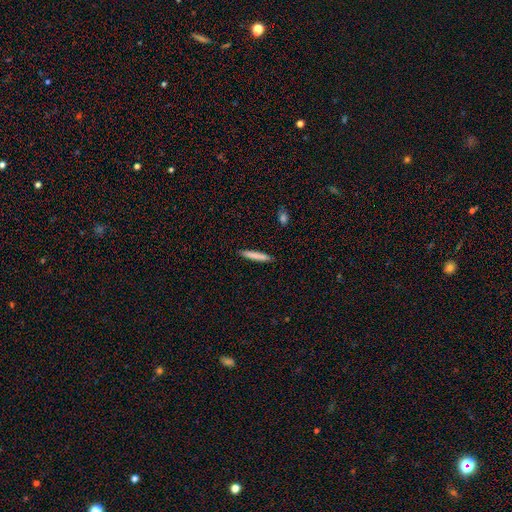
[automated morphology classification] type=smooth (80%); roundness=cigar-shaped (94%); merging=none (90%).